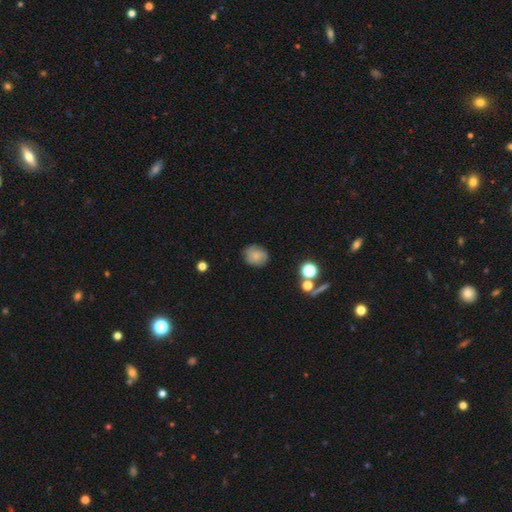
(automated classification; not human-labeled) Morphology: type=smooth (76%); roundness=round (64%); merging=none (79%).